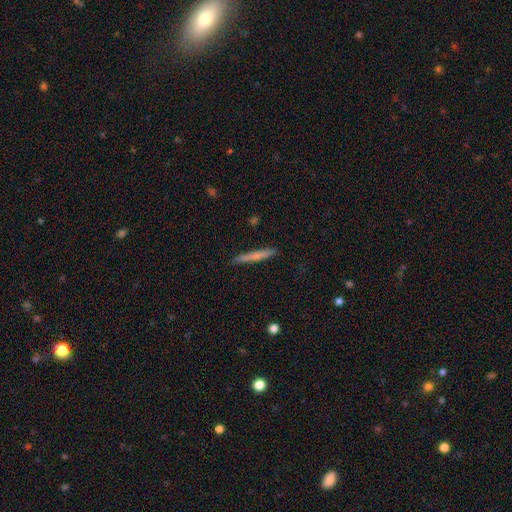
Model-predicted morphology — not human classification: Smooth or featured: smooth — 59% (featured or disk — 35%)
How rounded: cigar-shaped — 96% (in between — 3%)
Merging: none — 89% (minor disturbance — 8%)